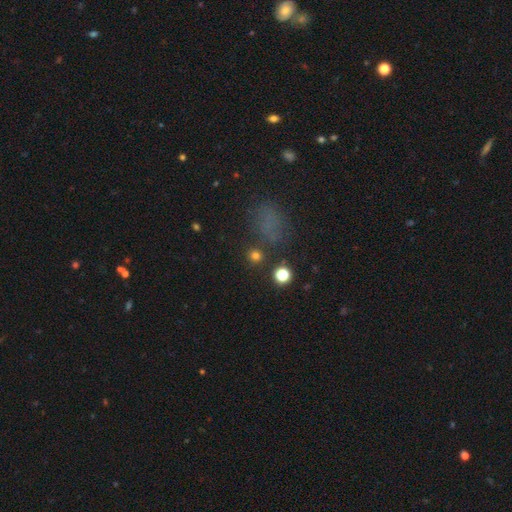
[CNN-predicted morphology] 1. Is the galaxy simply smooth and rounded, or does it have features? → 73% smooth, 21% star or artifact, 6% featured or disk.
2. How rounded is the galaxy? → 88% round, 10% in between, 1% cigar-shaped.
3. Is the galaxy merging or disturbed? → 82% none, 8% minor disturbance, 6% merger, 4% major disturbance.